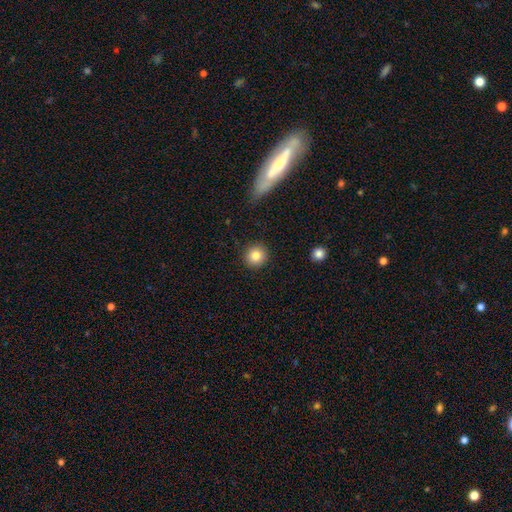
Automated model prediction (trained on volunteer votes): Smooth or featured? smooth (84%)
How rounded? round (92%)
Merging? none (90%)